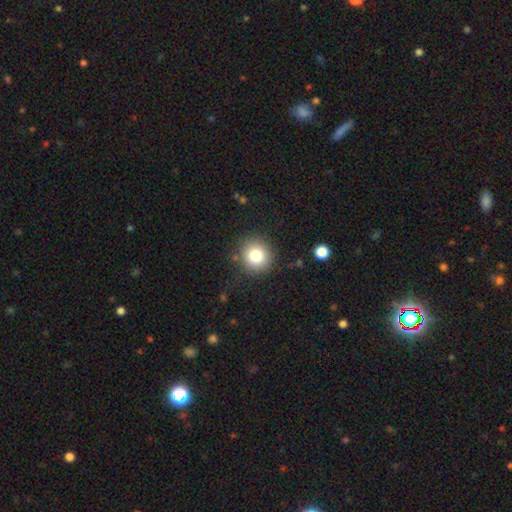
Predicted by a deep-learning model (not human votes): Overall: smooth (80%). How rounded: round (93%). Merging: none (88%).